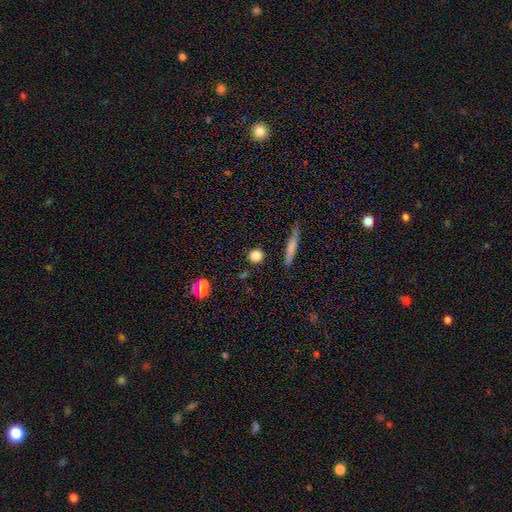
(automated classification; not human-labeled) smooth 83%, star or artifact 10%, featured or disk 7%. Down the decision tree: how rounded — round (87%); merging — none (87%).